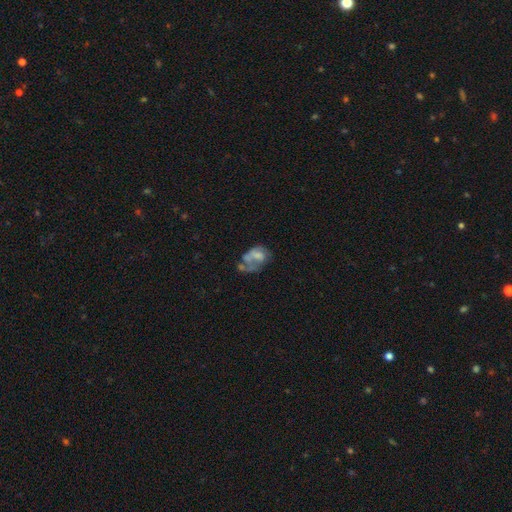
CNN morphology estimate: Smooth or featured: featured or disk — 50% (smooth — 39%)
Edge-on disk: no — 97% (yes — 3%)
Merging: major disturbance — 41% (none — 23%)